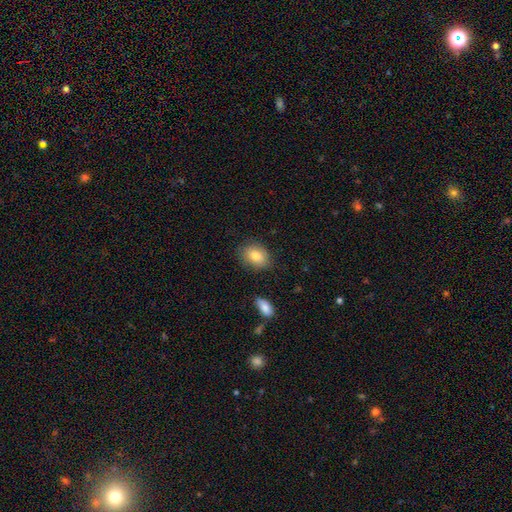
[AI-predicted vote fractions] smooth 84%, featured or disk 9%, star or artifact 7%. Down the decision tree: how rounded — in between (76%); merging — none (79%).